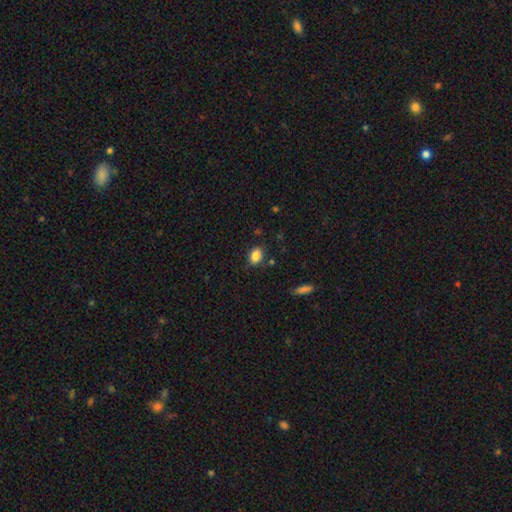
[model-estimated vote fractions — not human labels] smooth 85%, star or artifact 9%, featured or disk 5%. Down the decision tree: how rounded — in between (80%); merging — none (82%).